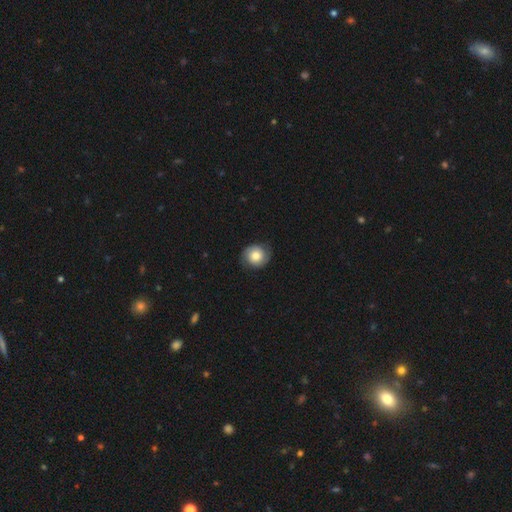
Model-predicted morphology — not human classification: Smooth or featured? Predicted: smooth (p=0.59). How rounded? Predicted: round (p=0.80). Merging? Predicted: none (p=0.80).